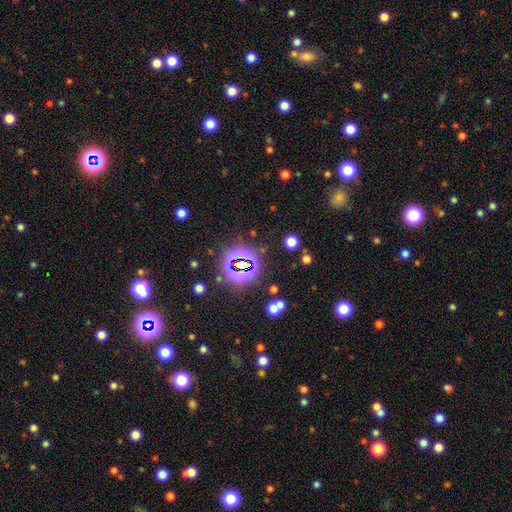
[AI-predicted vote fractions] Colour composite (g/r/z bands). It shows a star or artifact, not a galaxy (77%).